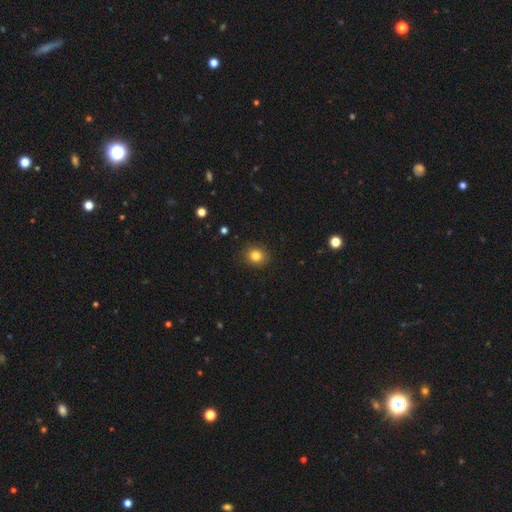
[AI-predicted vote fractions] This appears to be a smooth galaxy with no disk features (83%) that is round (71%). Merging: none (88%).